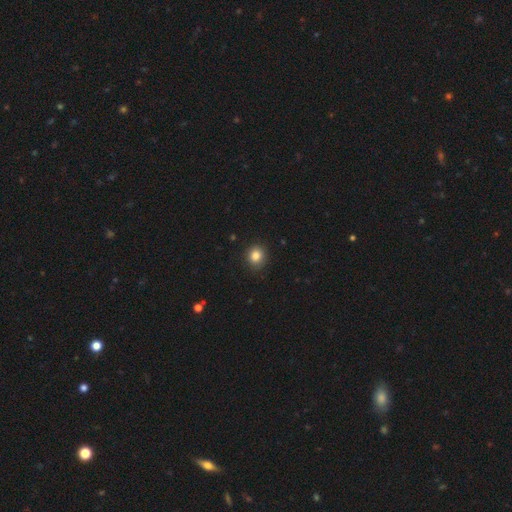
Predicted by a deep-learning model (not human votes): Smooth or featured? smooth (85%)
How rounded? round (77%)
Merging? none (87%)